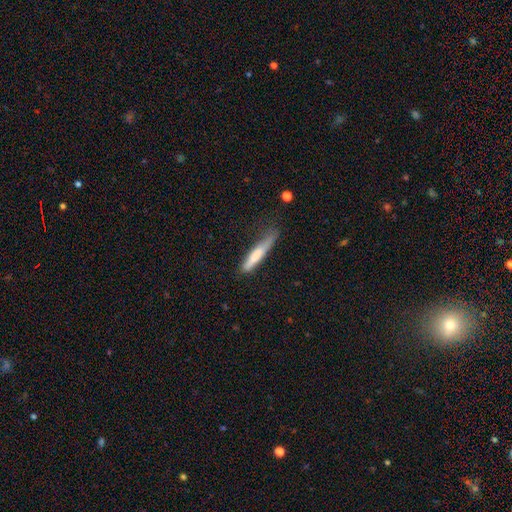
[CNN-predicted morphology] A smooth galaxy with no disk features (71%) that is cigar-shaped (91%). Merging: none (50%).